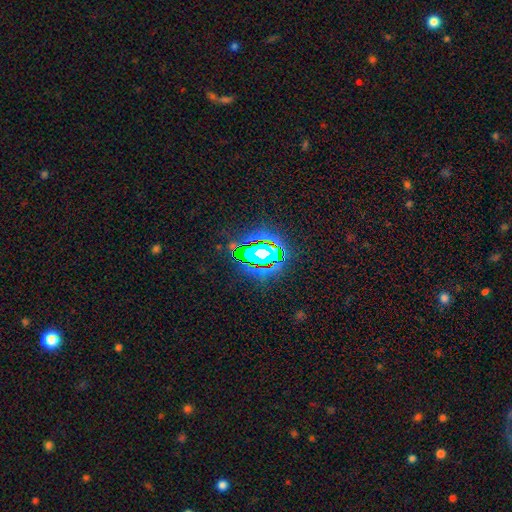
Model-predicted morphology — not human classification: This appears to be a star or artifact, not a galaxy (81%).